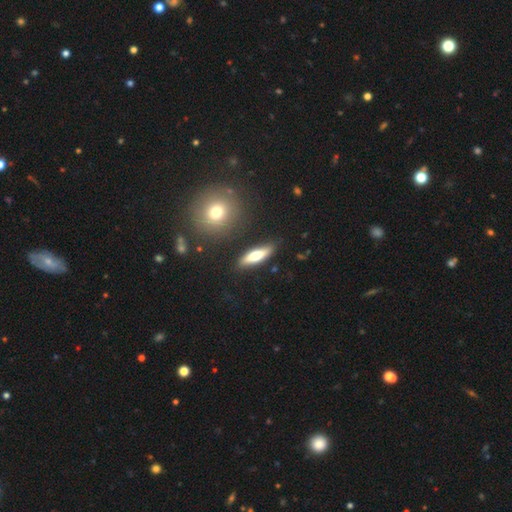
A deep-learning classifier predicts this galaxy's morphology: This appears to be a smooth galaxy with no disk features (59%) that is cigar-shaped (61%). Merging: none (83%).